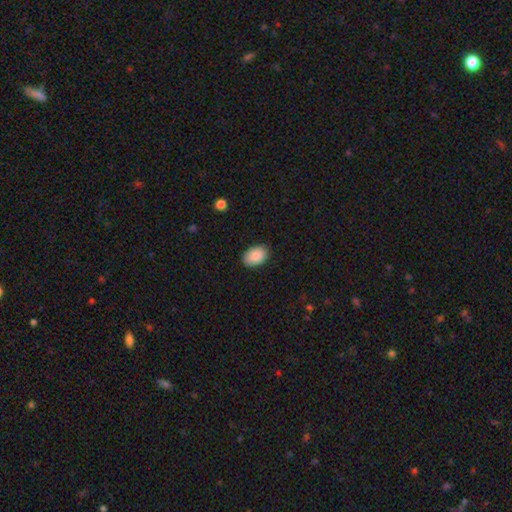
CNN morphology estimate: smooth-or-featured: smooth: 88% | star or artifact: 7% | featured or disk: 5%
  how-rounded: in between: 85% | round: 14% | cigar-shaped: 1%
  merging: none: 87% | minor disturbance: 10% | major disturbance: 2% | merger: 1%